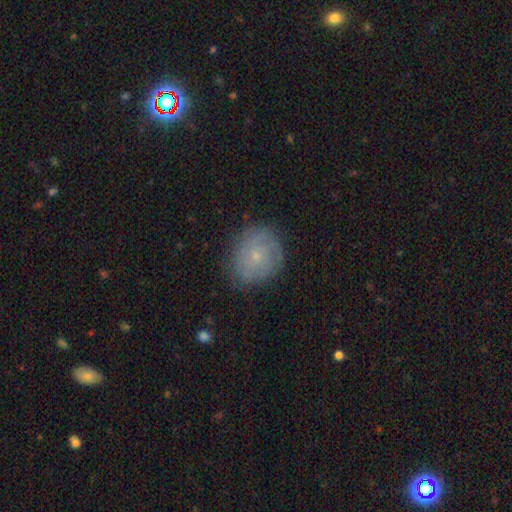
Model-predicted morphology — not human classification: Overall: featured or disk (45%; smooth 43%). Merging: none (79%).